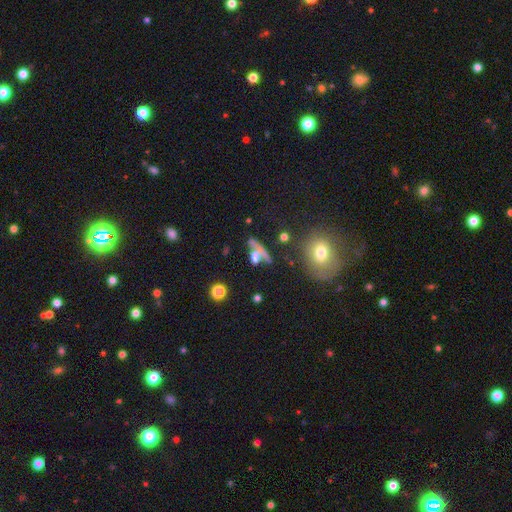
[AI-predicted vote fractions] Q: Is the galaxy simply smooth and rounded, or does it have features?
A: smooth — 54%.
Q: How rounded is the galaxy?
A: cigar-shaped — 41%.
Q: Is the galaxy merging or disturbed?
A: merger — 39%.